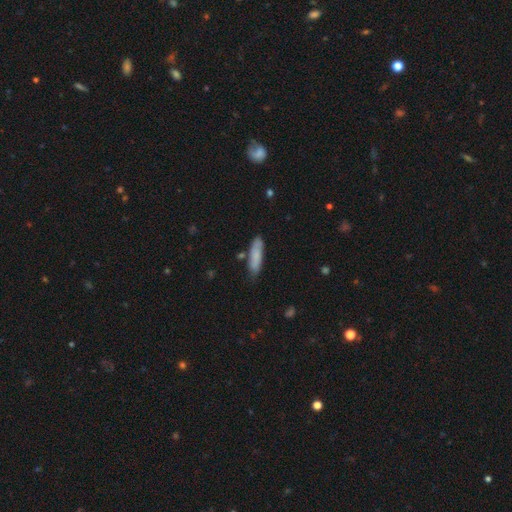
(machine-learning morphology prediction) A smooth galaxy with no disk features (81%) that is cigar-shaped (66%).

Vote fractions:
- Smooth or featured? smooth: 81% / featured or disk: 13% / star or artifact: 6%
- How rounded? cigar-shaped: 66% / in between: 32% / round: 2%
- Merging? none: 76% / minor disturbance: 17% / merger: 4% / major disturbance: 3%